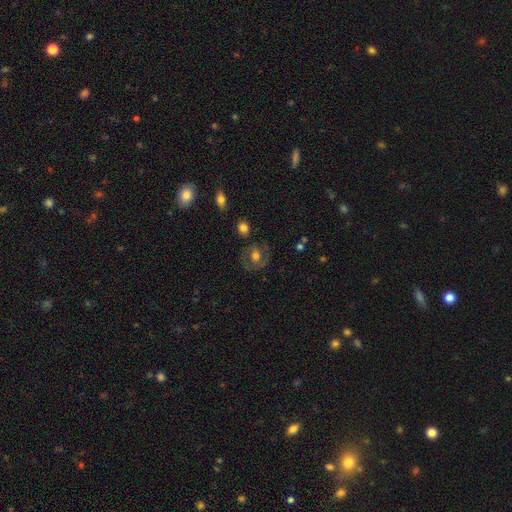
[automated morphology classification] featured or disk 49%, smooth 42%, star or artifact 9%. Down the decision tree: merging — none (69%).